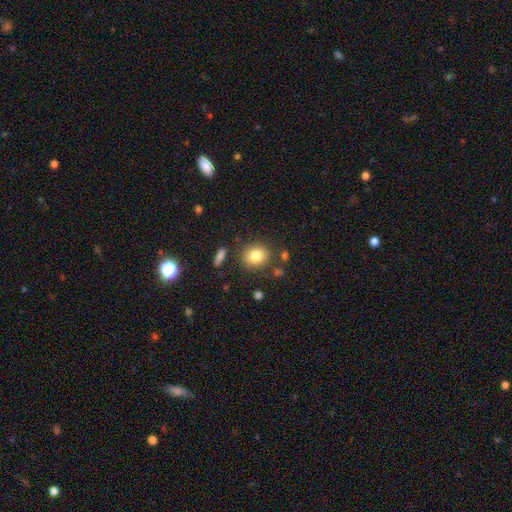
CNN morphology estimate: type=smooth (82%); roundness=round (74%); merging=none (81%).